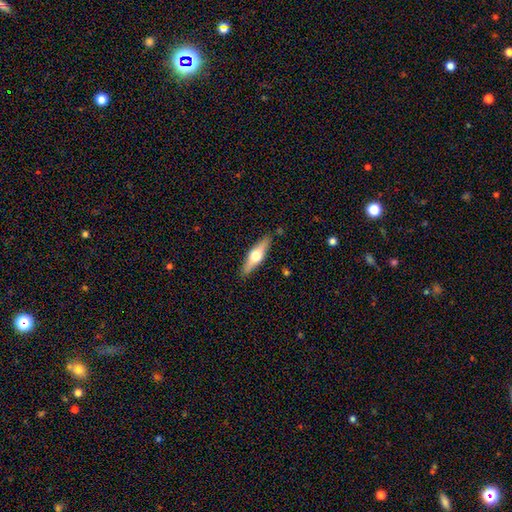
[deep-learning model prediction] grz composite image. It shows a featured or disk galaxy (57%) viewed edge-on (94%) with a rounded central bulge (95%). Merging: none (88%).